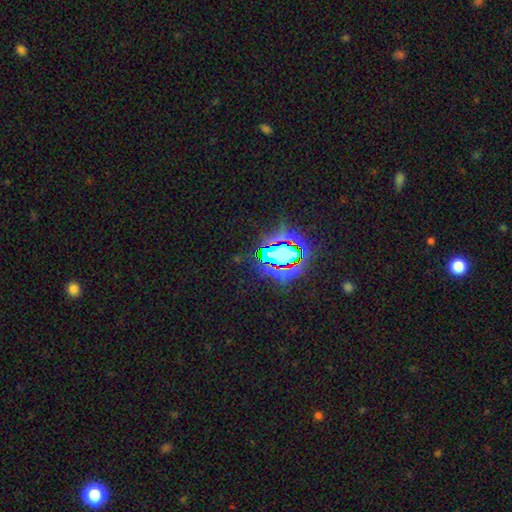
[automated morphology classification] A star or artifact, not a galaxy (79%).

Vote fractions:
- Smooth or featured? star or artifact: 79% / smooth: 12% / featured or disk: 8%